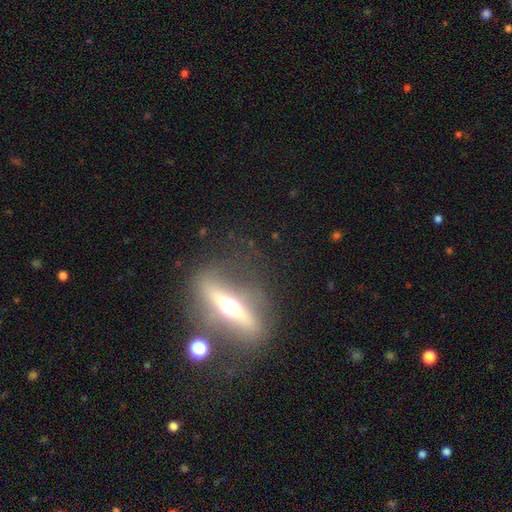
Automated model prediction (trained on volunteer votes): The model was most divided on "merging": none: 68%, minor disturbance: 16%, major disturbance: 10%, merger: 7%. More confident: edge-on bulge — rounded (92%); edge-on disk — yes (77%); smooth or featured — featured or disk (74%).